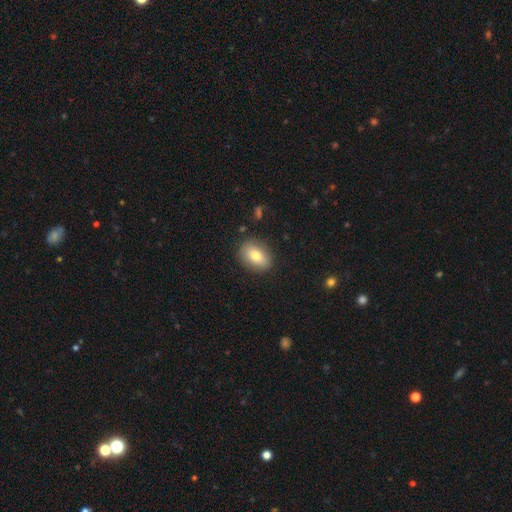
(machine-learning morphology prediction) Smooth or featured: smooth — 76% (featured or disk — 17%)
How rounded: in between — 77% (round — 21%)
Merging: none — 85% (minor disturbance — 11%)